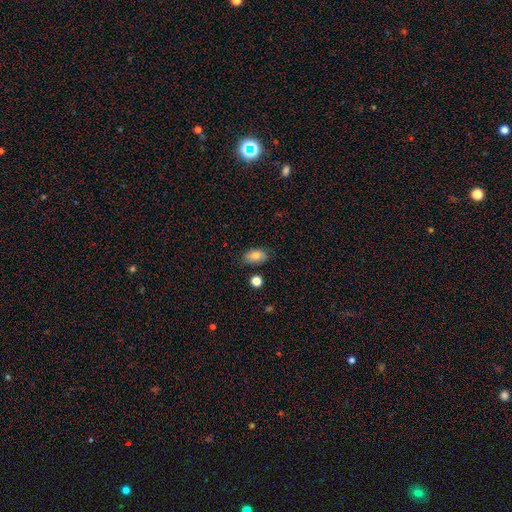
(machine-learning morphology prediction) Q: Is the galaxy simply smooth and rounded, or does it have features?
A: smooth — 81%.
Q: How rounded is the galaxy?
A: in between — 90%.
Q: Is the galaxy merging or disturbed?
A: none — 72%.